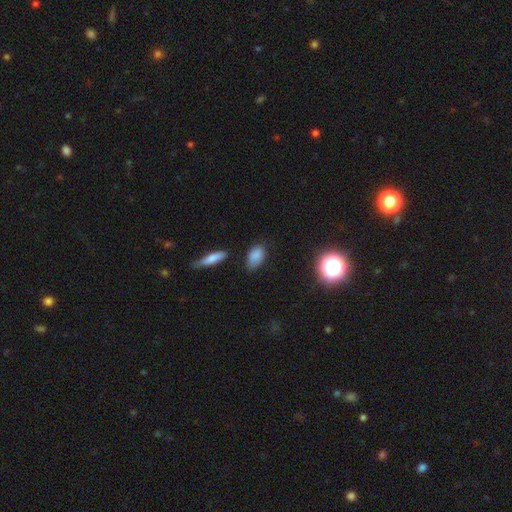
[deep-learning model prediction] Smooth or featured: smooth — 82% (star or artifact — 12%)
How rounded: in between — 88% (round — 9%)
Merging: none — 73% (minor disturbance — 19%)